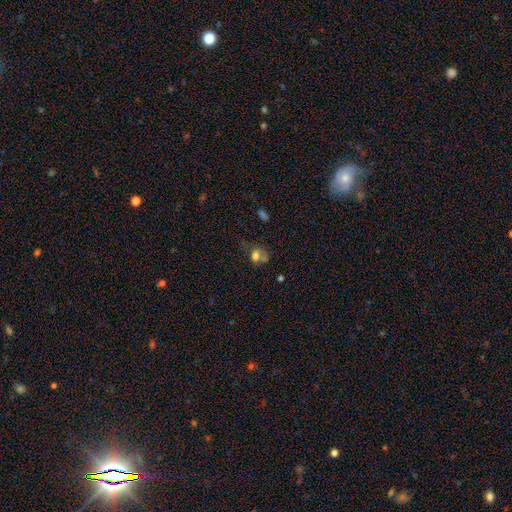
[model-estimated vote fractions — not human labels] Smooth or featured? smooth (65%)
How rounded? in between (51%)
Merging? none (35%)